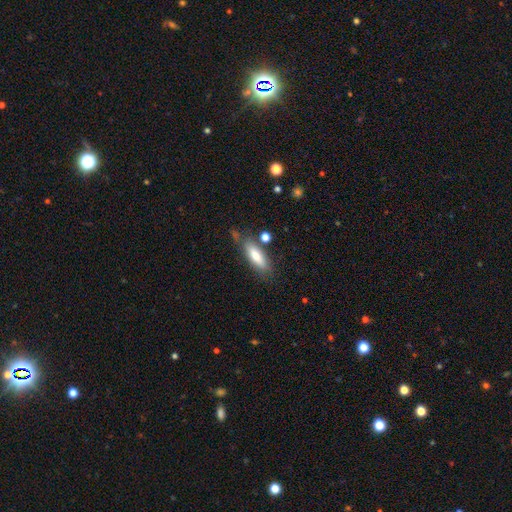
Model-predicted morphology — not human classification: The model was most divided on "how rounded": in between: 53%, cigar-shaped: 44%, round: 2%. More confident: smooth or featured — smooth (74%); merging — none (70%).